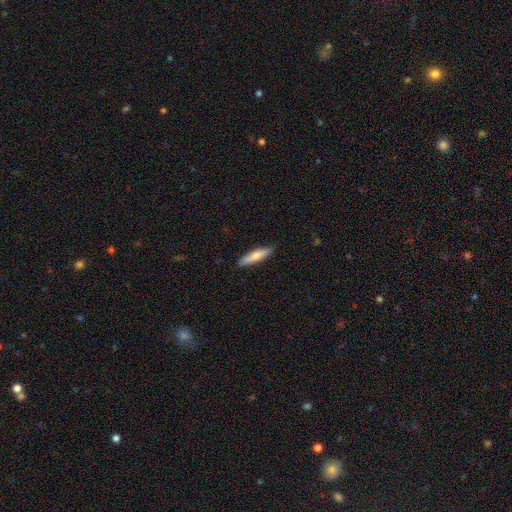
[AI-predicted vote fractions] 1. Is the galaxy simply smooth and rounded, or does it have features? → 71% smooth, 23% featured or disk, 5% star or artifact.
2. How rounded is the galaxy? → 79% cigar-shaped, 19% in between, 1% round.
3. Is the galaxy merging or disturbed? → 87% none, 10% minor disturbance, 2% major disturbance, 1% merger.